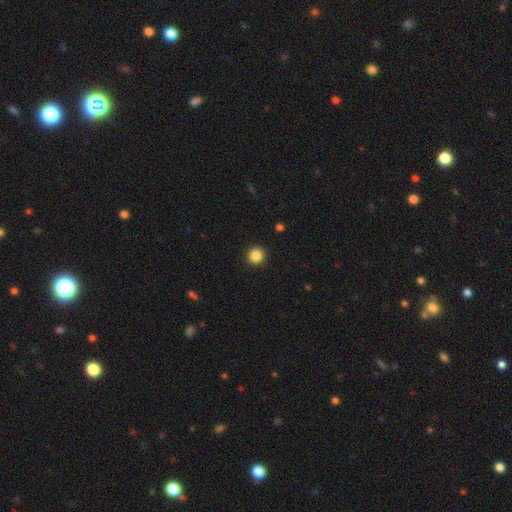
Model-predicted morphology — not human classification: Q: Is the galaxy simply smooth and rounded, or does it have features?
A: smooth — 86%.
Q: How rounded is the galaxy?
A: round — 95%.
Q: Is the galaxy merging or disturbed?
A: none — 93%.